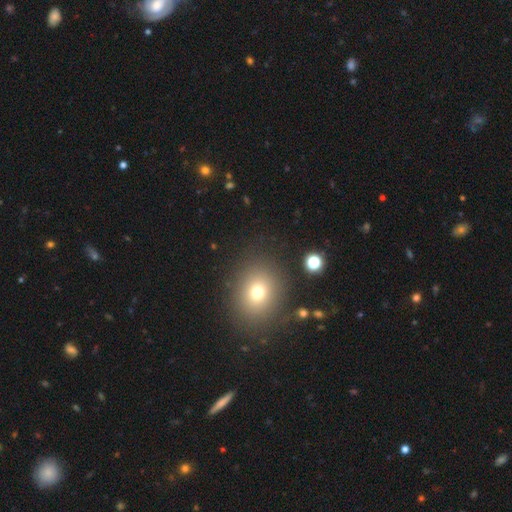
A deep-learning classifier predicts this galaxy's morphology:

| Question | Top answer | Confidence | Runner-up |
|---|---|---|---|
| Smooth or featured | smooth | 64% | star or artifact (27%) |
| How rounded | round | 60% | in between (39%) |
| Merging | none | 89% | minor disturbance (6%) |